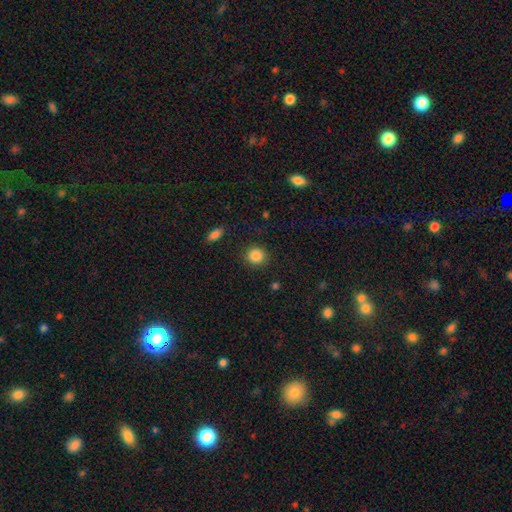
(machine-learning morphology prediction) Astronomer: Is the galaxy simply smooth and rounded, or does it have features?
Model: smooth — 87%.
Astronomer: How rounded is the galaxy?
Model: round — 89%.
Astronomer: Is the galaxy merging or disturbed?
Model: none — 89%.